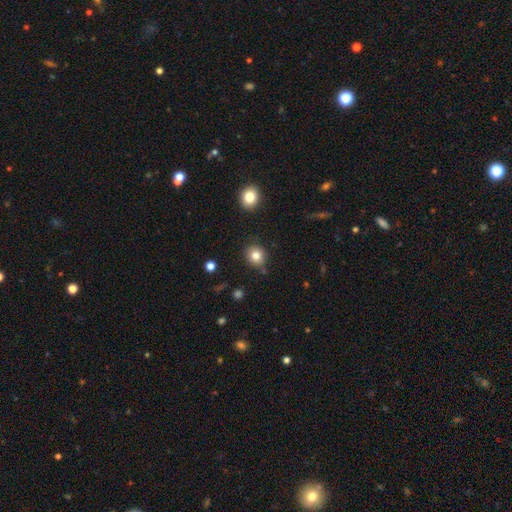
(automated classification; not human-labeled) Overall: smooth (82%). How rounded: round (83%). Merging: none (85%).